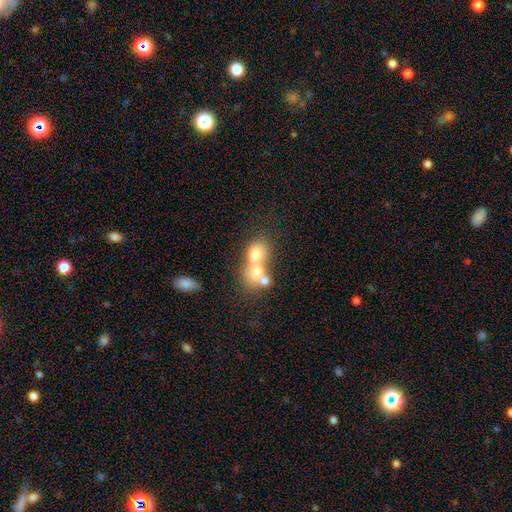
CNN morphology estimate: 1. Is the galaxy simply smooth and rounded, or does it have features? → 63% smooth, 24% featured or disk, 12% star or artifact.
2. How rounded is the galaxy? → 56% round, 42% in between, 2% cigar-shaped.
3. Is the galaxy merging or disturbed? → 68% merger, 21% none, 6% minor disturbance, 5% major disturbance.